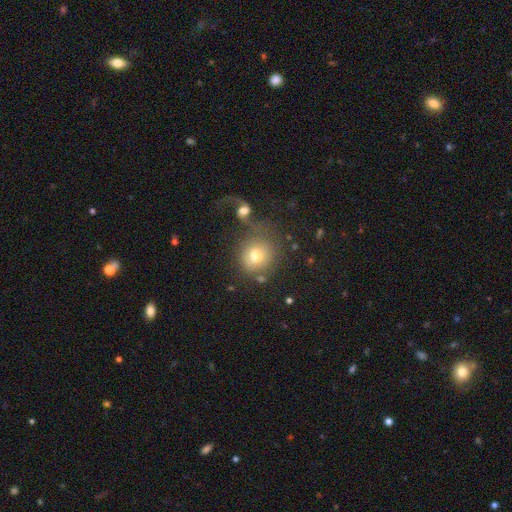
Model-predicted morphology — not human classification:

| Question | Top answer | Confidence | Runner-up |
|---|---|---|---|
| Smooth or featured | smooth | 72% | featured or disk (18%) |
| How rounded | round | 88% | in between (11%) |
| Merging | none | 55% | merger (20%) |